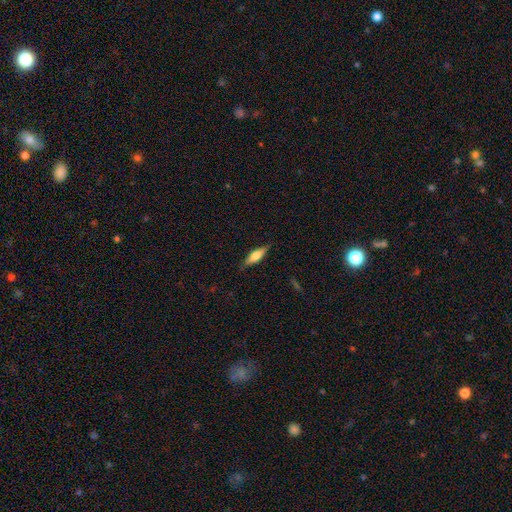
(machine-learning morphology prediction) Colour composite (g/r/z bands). It shows a featured or disk galaxy (48%). Merging: none (83%).